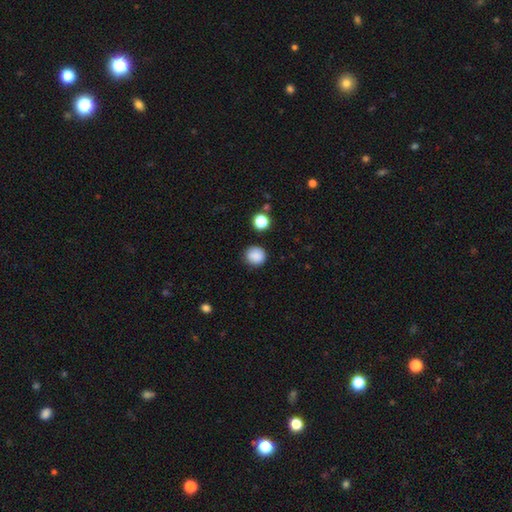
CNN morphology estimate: Q: Smooth or featured?
A: smooth (87%); runner-up: star or artifact (10%)
Q: How rounded?
A: round (91%); runner-up: in between (9%)
Q: Merging?
A: none (86%); runner-up: minor disturbance (9%)